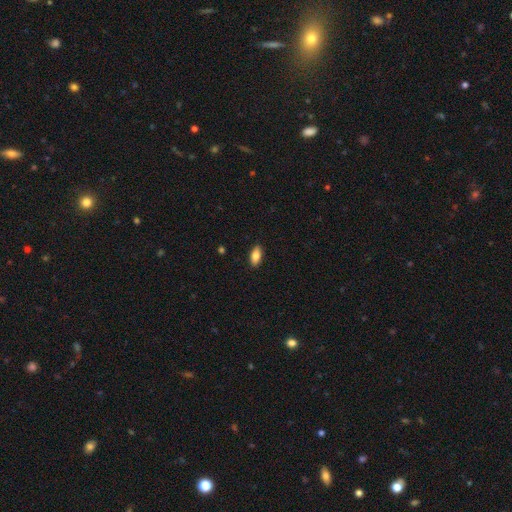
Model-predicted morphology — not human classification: This is clearly a smooth galaxy (84%). How rounded: clearly in between (89%). Merging: clearly none (89%).